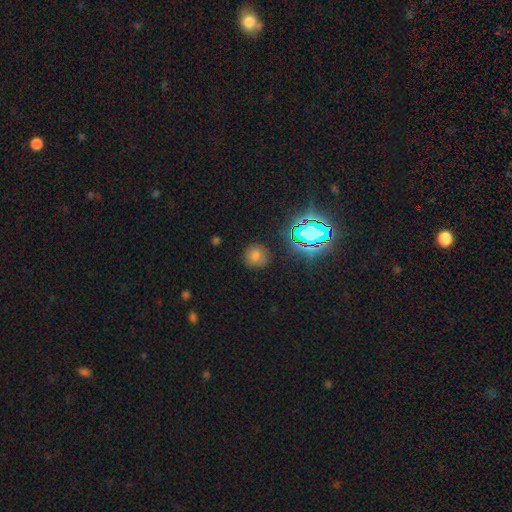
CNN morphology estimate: type=smooth (58%); roundness=round (91%); merging=none (86%).